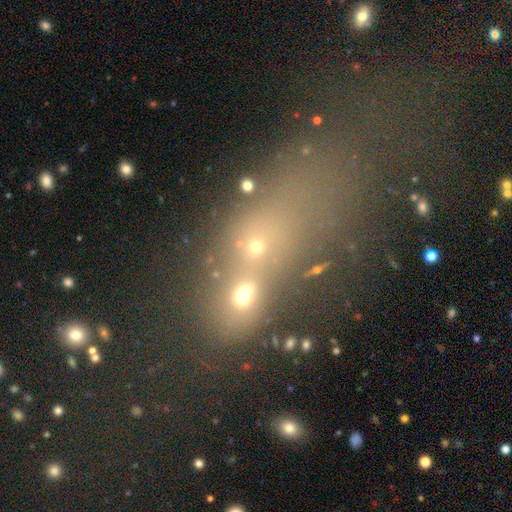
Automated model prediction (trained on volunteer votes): Morphology: type=star or artifact (39%).